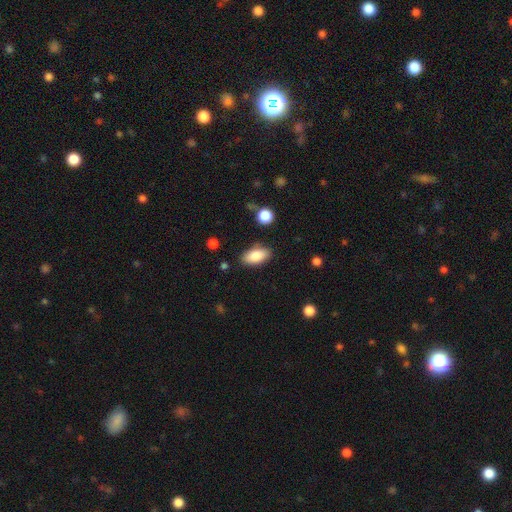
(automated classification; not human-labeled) This is clearly a smooth galaxy (83%). How rounded: clearly in between (89%). Merging: clearly none (83%).